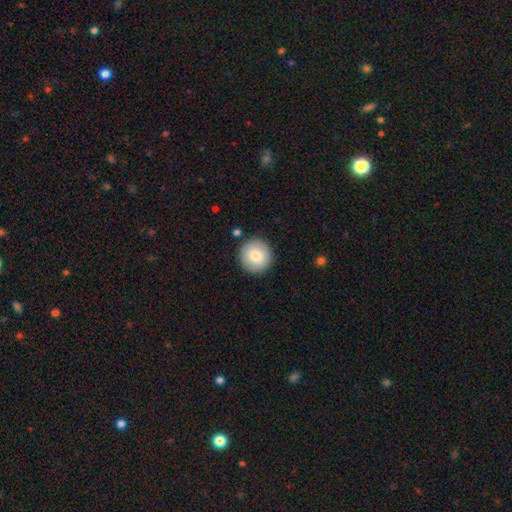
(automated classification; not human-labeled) smooth_or_featured: smooth (p=0.81) [alt: featured or disk p=0.12]
how_rounded: round (p=0.94) [alt: in between p=0.05]
merging: none (p=0.89) [alt: minor disturbance p=0.07]